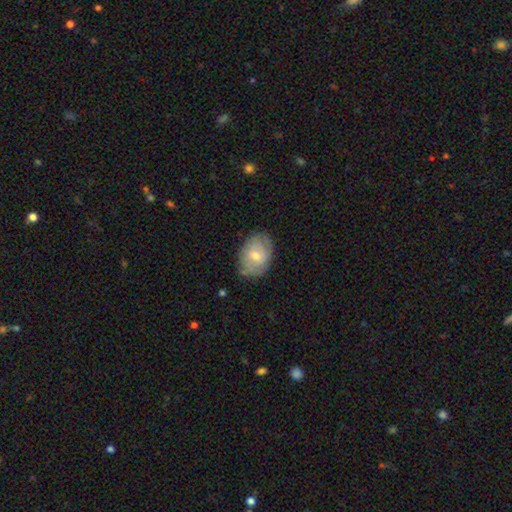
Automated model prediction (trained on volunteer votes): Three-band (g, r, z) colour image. It shows a smooth galaxy with no disk features (62%) that is in between round and cigar-shaped (80%). Merging: none (77%).